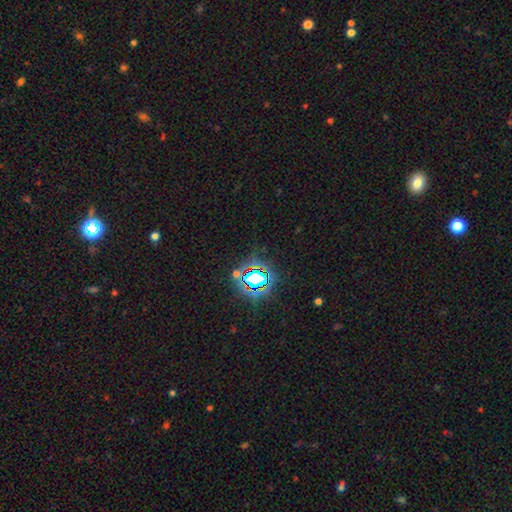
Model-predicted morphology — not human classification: Smooth or featured? star or artifact (81%)